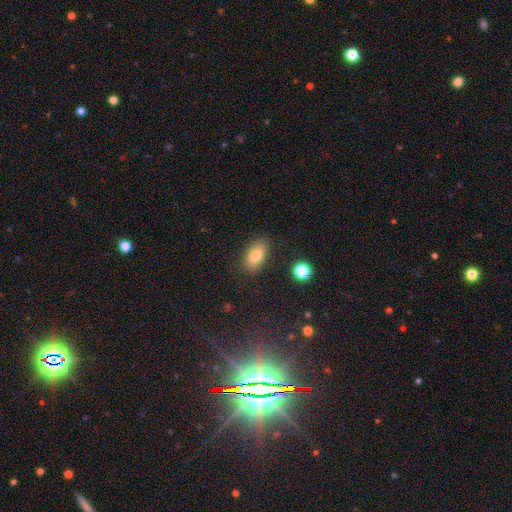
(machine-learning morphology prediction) This is likely a smooth galaxy (79%). How rounded: clearly in between (89%). Merging: clearly none (83%).